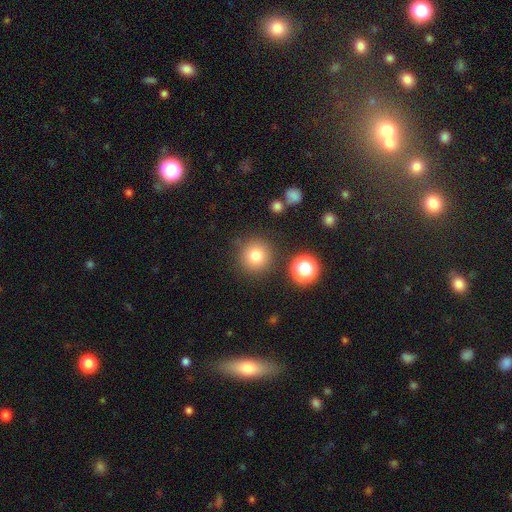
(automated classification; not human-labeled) smooth_or_featured: smooth (p=0.79) [alt: star or artifact p=0.13]
how_rounded: round (p=0.94) [alt: in between p=0.05]
merging: none (p=0.85) [alt: minor disturbance p=0.08]